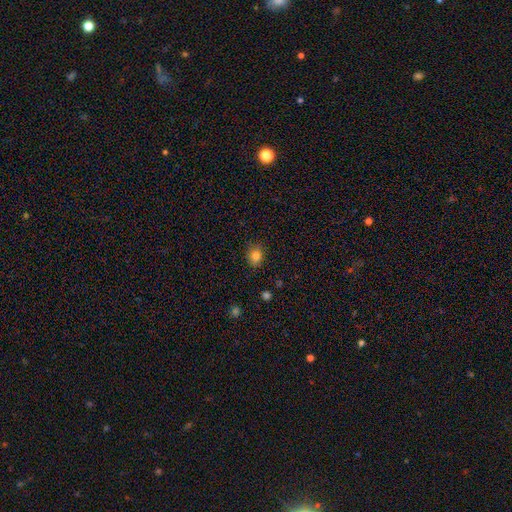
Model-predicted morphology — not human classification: smooth 81%, star or artifact 12%, featured or disk 7%. Down the decision tree: how rounded — round (56%); merging — none (85%).